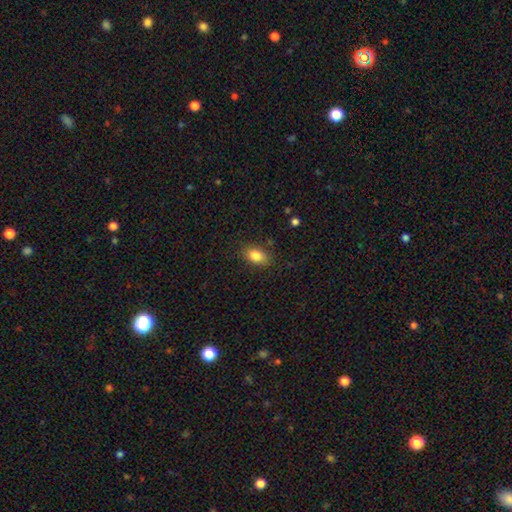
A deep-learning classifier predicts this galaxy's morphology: type=smooth (84%); roundness=in between (84%); merging=none (84%).